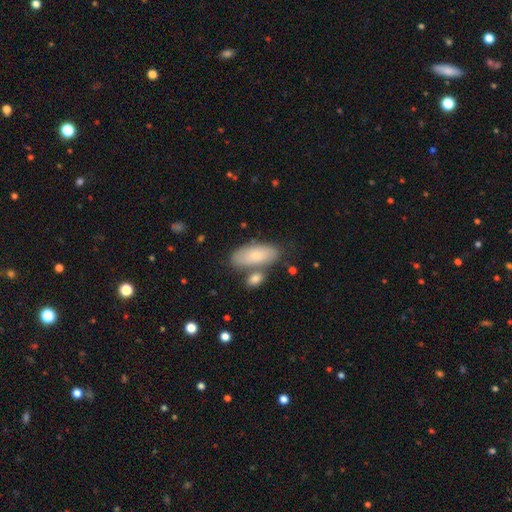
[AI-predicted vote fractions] Morphology: type=smooth (77%); roundness=in between (83%); merging=none (63%).